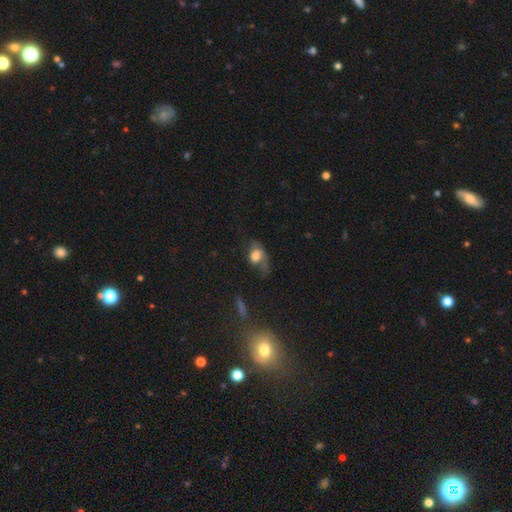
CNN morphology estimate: This is likely a smooth galaxy (67%). How rounded: likely in between (73%). Merging: marginally major disturbance (35%).